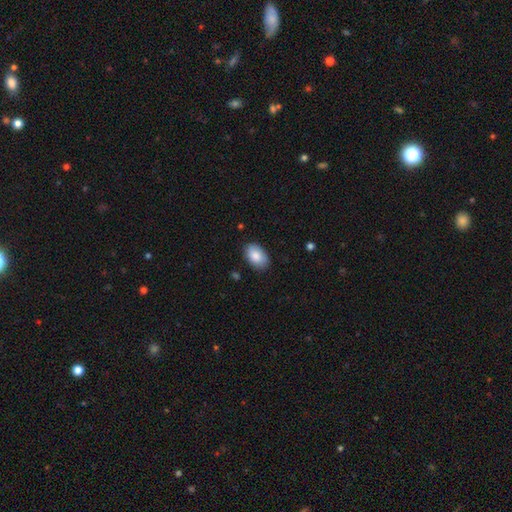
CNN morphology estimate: This is clearly a smooth galaxy (86%). How rounded: clearly in between (91%). Merging: clearly none (85%).